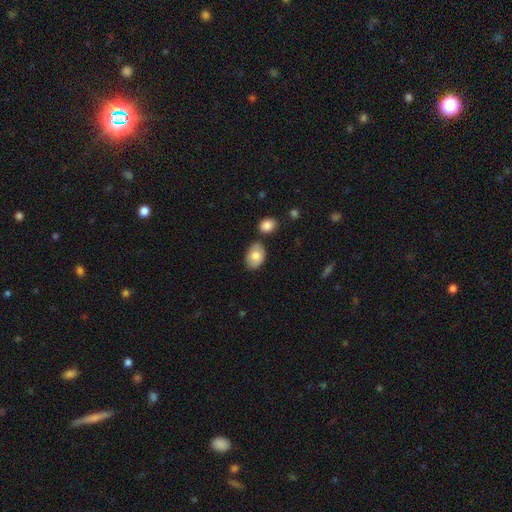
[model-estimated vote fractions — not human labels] Overall: smooth (77%). How rounded: in between (79%). Merging: none (71%).